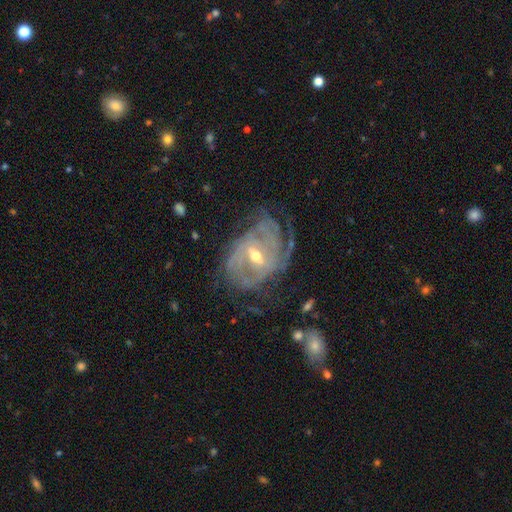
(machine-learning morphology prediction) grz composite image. It shows a featured or disk galaxy (86%) with a weak bar (51%), tight (56%) spiral arms (92%) and a moderate central bulge (53%). Merging: none (54%).